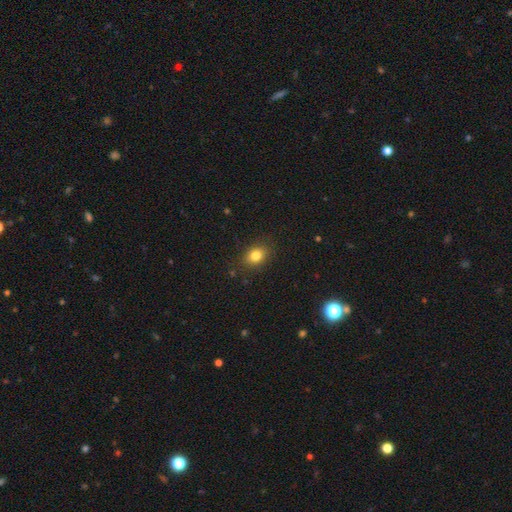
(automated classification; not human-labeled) The model was most divided on "how rounded": in between: 60%, round: 39%, cigar-shaped: 1%. More confident: merging — none (86%); smooth or featured — smooth (81%).